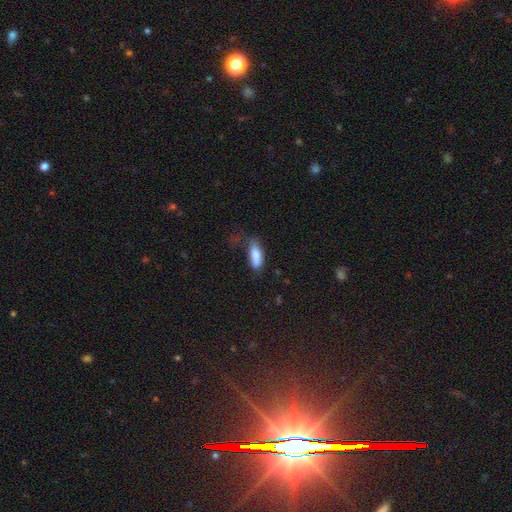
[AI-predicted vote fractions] Smooth or featured? Predicted: smooth (p=0.81). How rounded? Predicted: in between (p=0.68). Merging? Predicted: none (p=0.43).